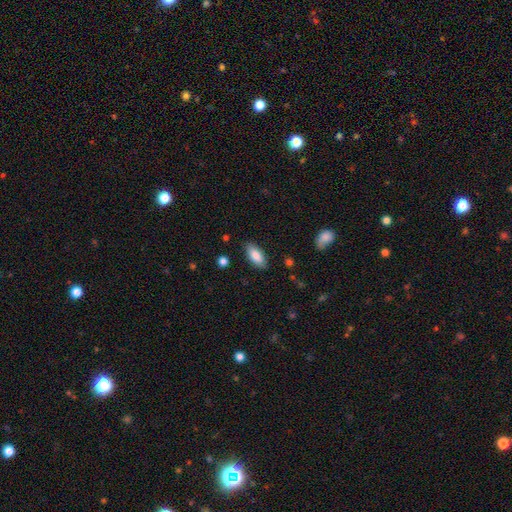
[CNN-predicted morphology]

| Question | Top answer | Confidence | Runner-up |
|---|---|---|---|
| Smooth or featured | smooth | 85% | featured or disk (8%) |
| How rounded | in between | 86% | cigar-shaped (12%) |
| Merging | none | 84% | minor disturbance (12%) |